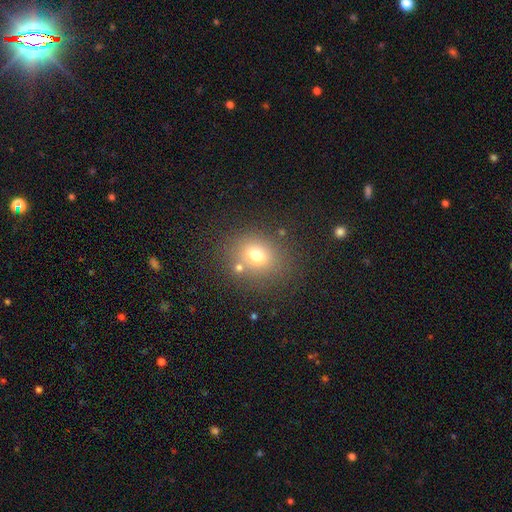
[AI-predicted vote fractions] A smooth galaxy with no disk features (70%) that is round (68%).

Vote fractions:
- Smooth or featured? smooth: 70% / star or artifact: 18% / featured or disk: 13%
- How rounded? round: 68% / in between: 31% / cigar-shaped: 1%
- Merging? none: 74% / minor disturbance: 11% / merger: 10% / major disturbance: 6%